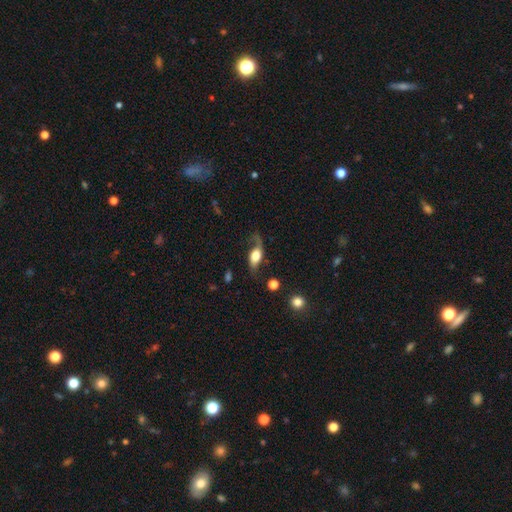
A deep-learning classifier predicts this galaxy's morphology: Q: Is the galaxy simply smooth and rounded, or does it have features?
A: featured or disk — 58%.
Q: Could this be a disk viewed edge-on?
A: no — 84%.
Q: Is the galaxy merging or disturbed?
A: none — 51%.